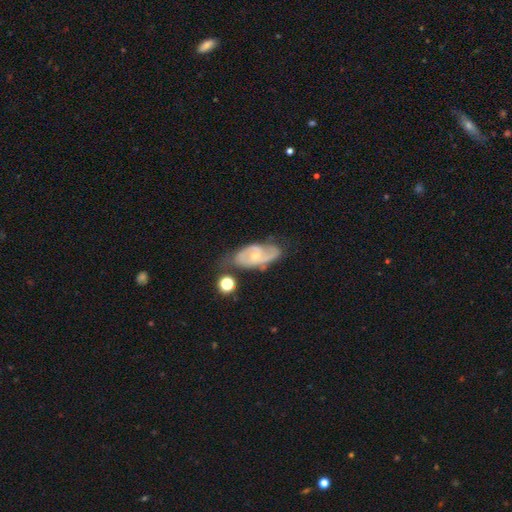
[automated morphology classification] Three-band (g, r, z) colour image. It shows a featured or disk galaxy (76%) with no bar (67%), 2 (64%) tight (44%) spiral arms (79%) and a small central bulge (51%). Merging: none (58%).